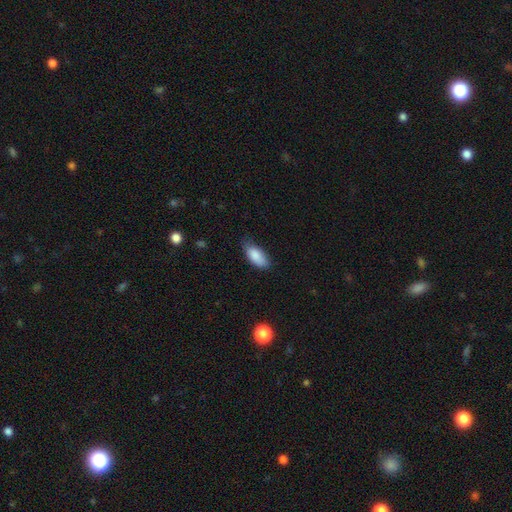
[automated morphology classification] Smooth or featured? Predicted: smooth (p=0.86). How rounded? Predicted: in between (p=0.89). Merging? Predicted: none (p=0.65).